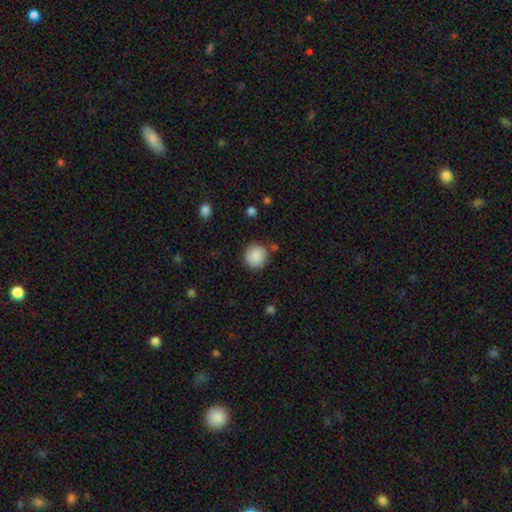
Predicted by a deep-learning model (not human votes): This appears to be a smooth galaxy with no disk features (88%) that is round (91%). Merging: none (83%).